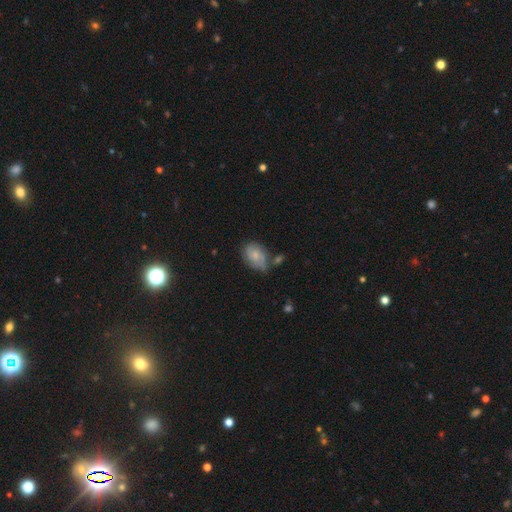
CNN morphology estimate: Smooth or featured? Predicted: smooth (p=0.50). How rounded? Predicted: in between (p=0.76). Merging? Predicted: none (p=0.51).